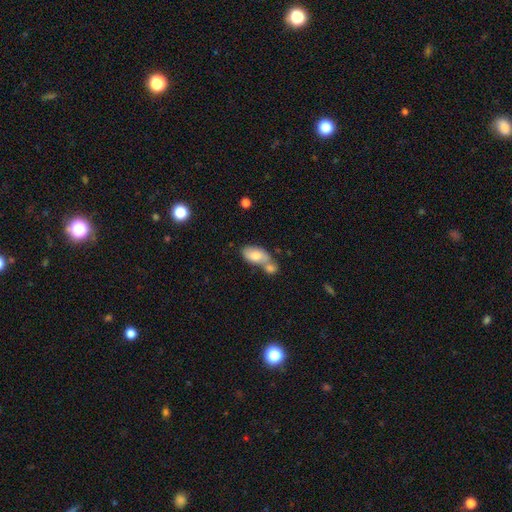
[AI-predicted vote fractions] This appears to be a smooth galaxy with no disk features (73%) that is in between round and cigar-shaped (91%). Merging: merger (55%).